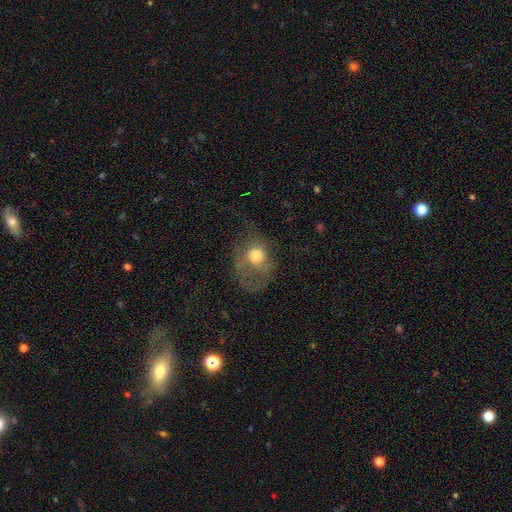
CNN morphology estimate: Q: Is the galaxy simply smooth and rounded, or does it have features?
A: smooth — 52%.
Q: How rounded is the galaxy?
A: round — 63%.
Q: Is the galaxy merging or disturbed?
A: major disturbance — 49%.